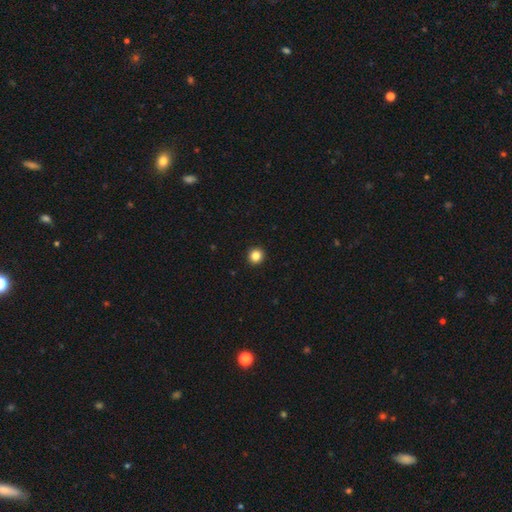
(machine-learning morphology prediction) smooth_or_featured: smooth (p=0.85) [alt: star or artifact p=0.11]
how_rounded: round (p=0.95) [alt: in between p=0.04]
merging: none (p=0.94) [alt: minor disturbance p=0.03]